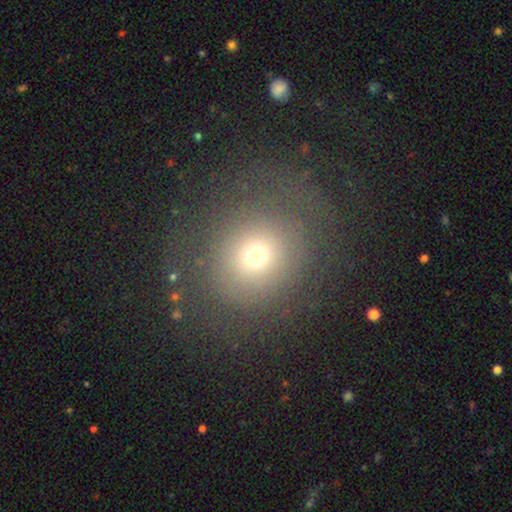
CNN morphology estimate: Overall: smooth (63%). How rounded: round (83%). Merging: none (74%).